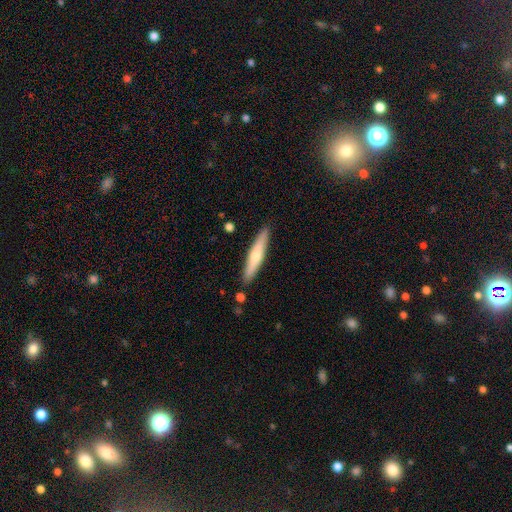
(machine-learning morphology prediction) This is possibly a smooth galaxy (54%). How rounded: clearly cigar-shaped (88%). Merging: clearly none (88%).